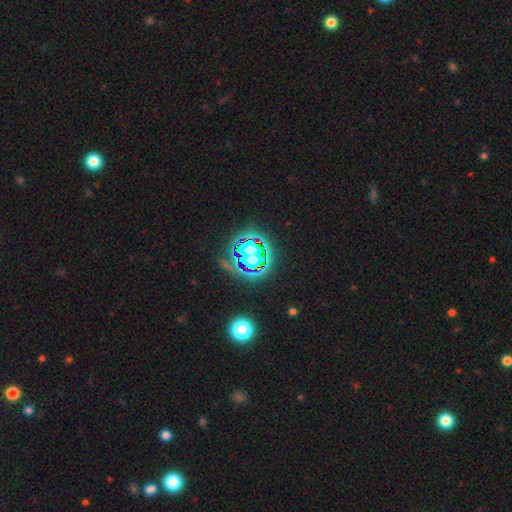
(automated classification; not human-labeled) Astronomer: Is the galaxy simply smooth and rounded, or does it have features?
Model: star or artifact — 80%.